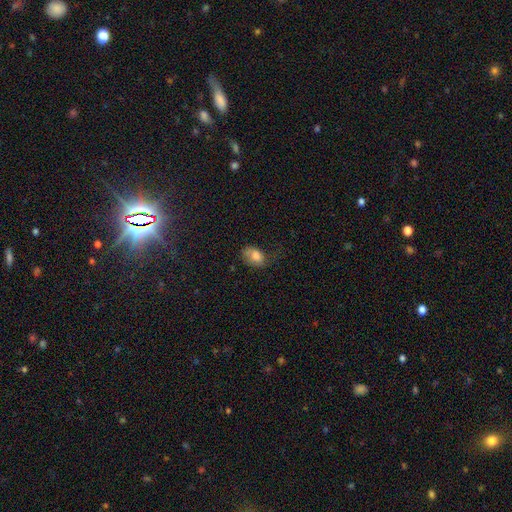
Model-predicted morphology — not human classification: Smooth or featured: smooth — 77% (featured or disk — 14%)
How rounded: in between — 83% (round — 16%)
Merging: none — 42% (minor disturbance — 34%)